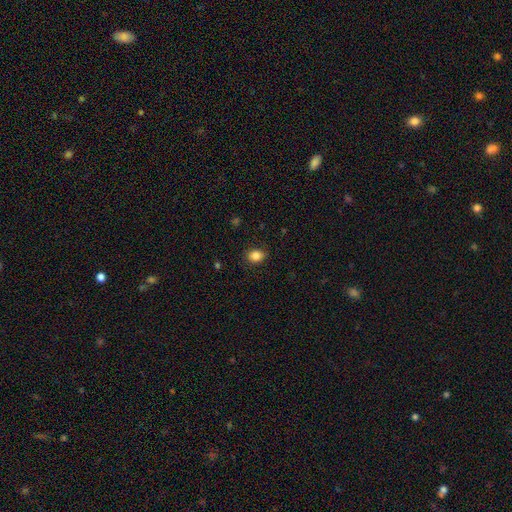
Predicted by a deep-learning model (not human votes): Q: Smooth or featured?
A: smooth (85%); runner-up: star or artifact (10%)
Q: How rounded?
A: in between (59%); runner-up: round (40%)
Q: Merging?
A: none (85%); runner-up: minor disturbance (11%)